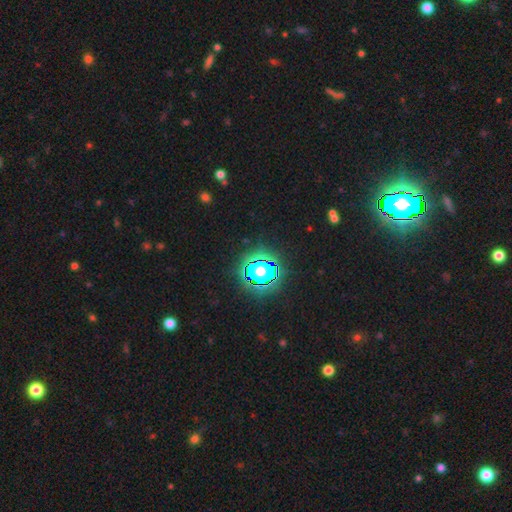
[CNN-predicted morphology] Overall: star or artifact (83%).